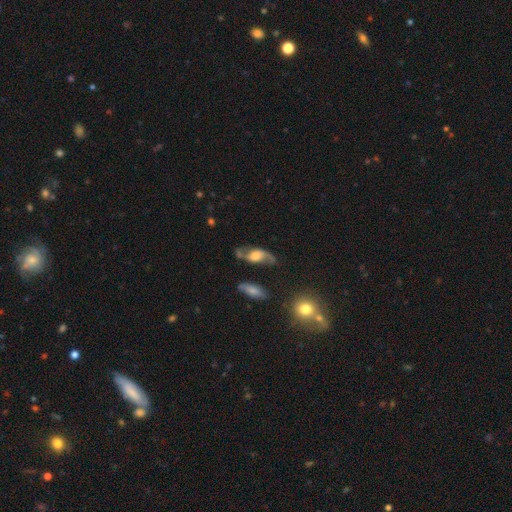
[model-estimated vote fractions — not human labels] smooth_or_featured: featured or disk (p=0.73) [alt: smooth p=0.20]
disk_edge_on: no (p=0.88) [alt: yes p=0.12]
bar: no (p=0.58) [alt: weak p=0.34]
has_spiral_arms: yes (p=0.90) [alt: no p=0.10]
spiral_winding: loose (p=0.65) [alt: medium p=0.28]
spiral_arm_count: 2 (p=0.87) [alt: 1 p=0.05]
bulge_size: large (p=0.39) [alt: moderate p=0.37]
merging: none (p=0.60) [alt: minor disturbance p=0.20]